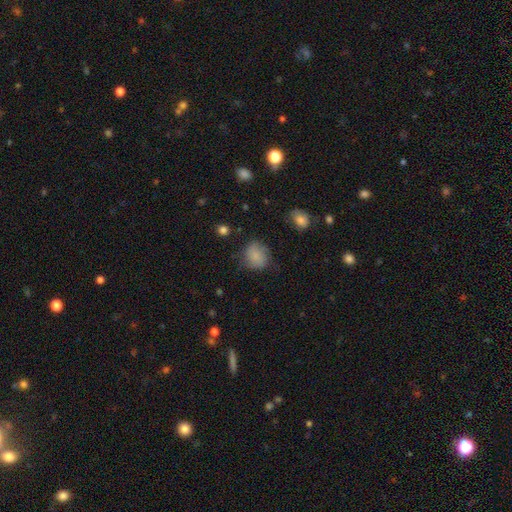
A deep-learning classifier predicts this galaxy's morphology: This appears to be a smooth galaxy with no disk features (76%) that is round (74%). Merging: none (66%).